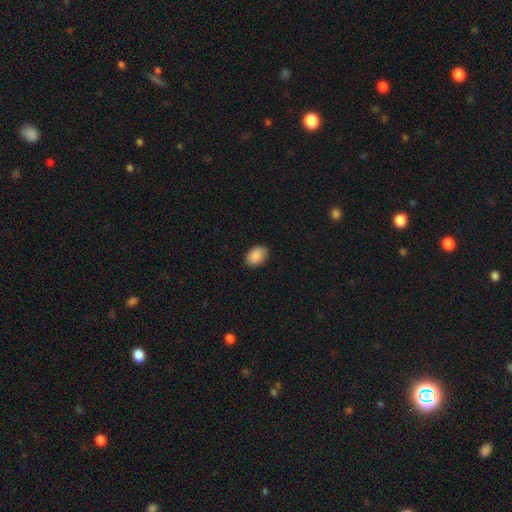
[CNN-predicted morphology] Q: Smooth or featured?
A: smooth (90%); runner-up: star or artifact (7%)
Q: How rounded?
A: in between (84%); runner-up: round (15%)
Q: Merging?
A: none (87%); runner-up: minor disturbance (10%)